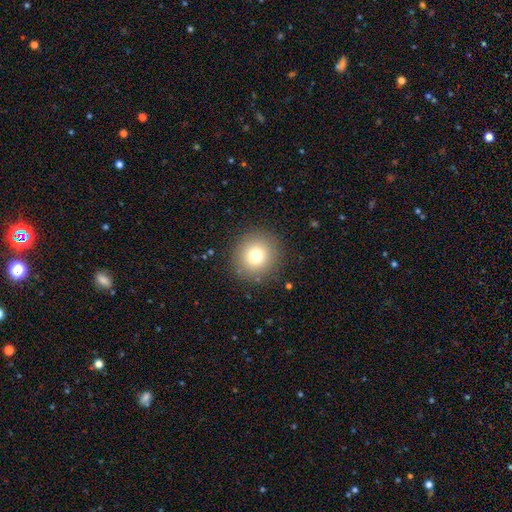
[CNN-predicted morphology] A smooth galaxy with no disk features (76%) that is round (94%). Merging: none (89%).